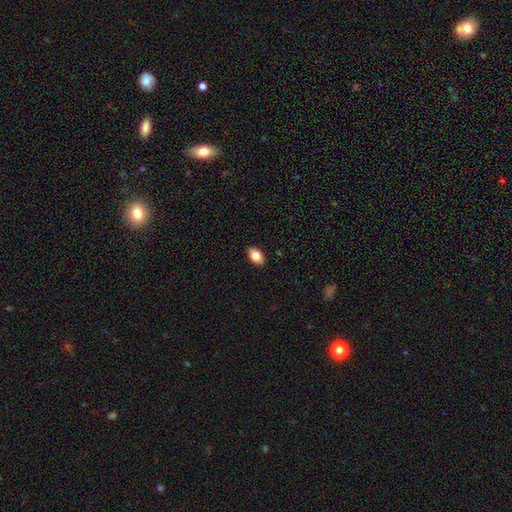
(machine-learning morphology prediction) A smooth galaxy with no disk features (83%) that is in between round and cigar-shaped (90%). Merging: none (90%).